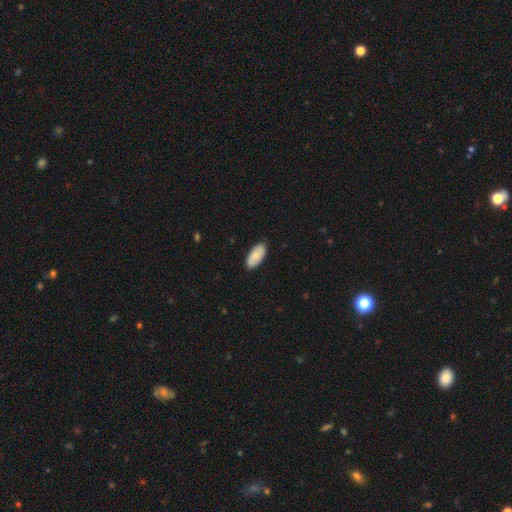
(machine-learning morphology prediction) smooth 75%, featured or disk 19%, star or artifact 6%. Down the decision tree: how rounded — in between (93%); merging — none (87%).